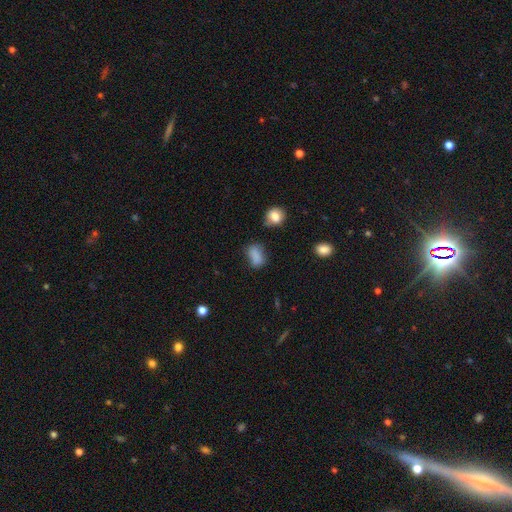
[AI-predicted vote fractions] A smooth galaxy with no disk features (79%) that is in between round and cigar-shaped (81%).

Vote fractions:
- Smooth or featured? smooth: 79% / star or artifact: 12% / featured or disk: 8%
- How rounded? in between: 81% / round: 16% / cigar-shaped: 3%
- Merging? none: 53% / minor disturbance: 30% / major disturbance: 12% / merger: 6%